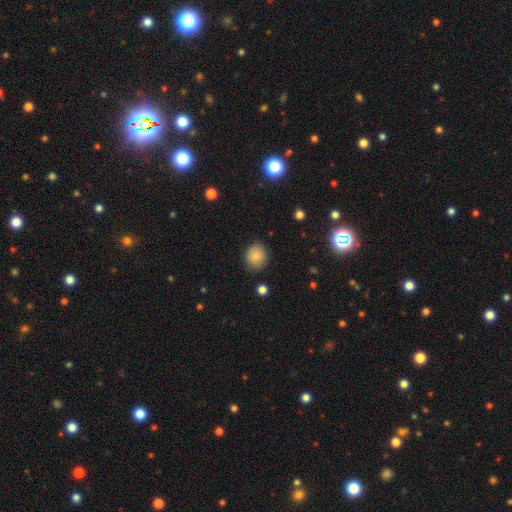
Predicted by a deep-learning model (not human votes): Smooth or featured: smooth — 81% (featured or disk — 10%)
How rounded: round — 74% (in between — 25%)
Merging: none — 82% (minor disturbance — 13%)